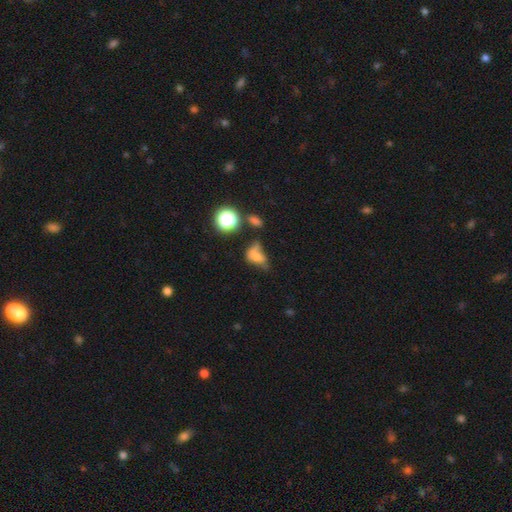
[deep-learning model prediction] A smooth galaxy with no disk features (57%) that is in between round and cigar-shaped (73%). Merging: major disturbance (35%).